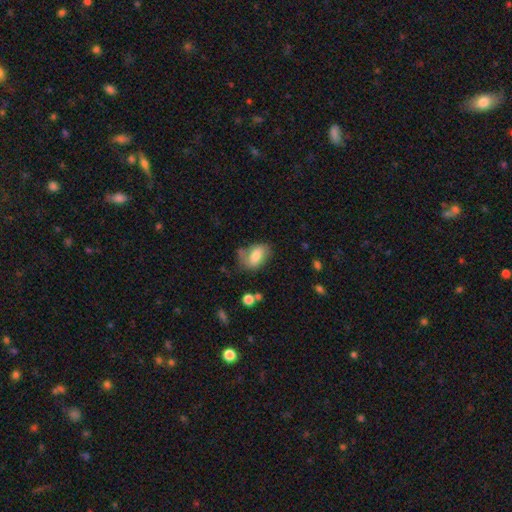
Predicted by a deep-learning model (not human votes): Overall: smooth (69%). How rounded: in between (87%). Merging: none (52%; minor disturbance 28%).